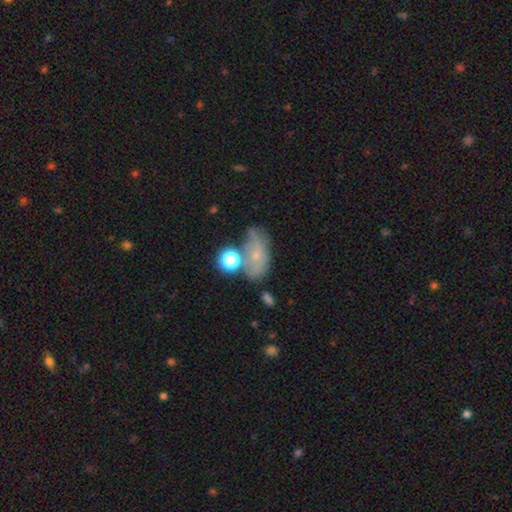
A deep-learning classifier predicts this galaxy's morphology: This is possibly a smooth galaxy (46%). Merging: marginally none (41%).